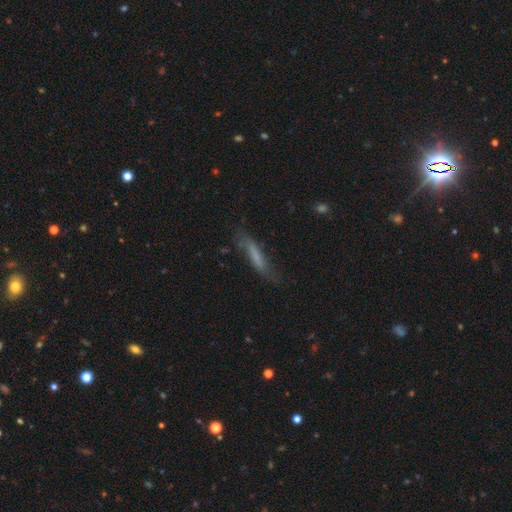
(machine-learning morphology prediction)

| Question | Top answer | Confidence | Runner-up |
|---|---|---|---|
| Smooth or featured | smooth | 59% | featured or disk (32%) |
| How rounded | cigar-shaped | 86% | in between (13%) |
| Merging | none | 62% | minor disturbance (25%) |